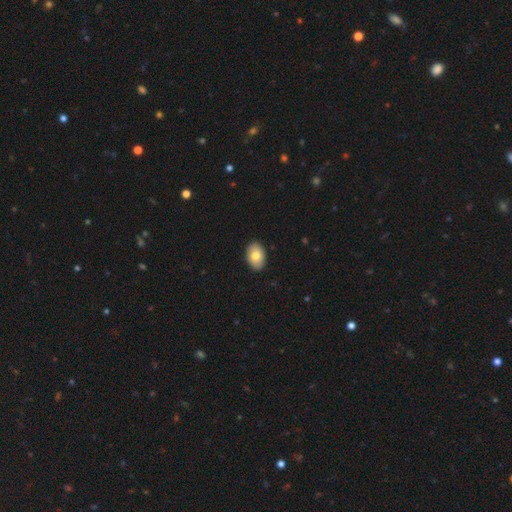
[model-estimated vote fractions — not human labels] This appears to be a smooth galaxy with no disk features (79%) that is in between round and cigar-shaped (89%). Merging: none (90%).